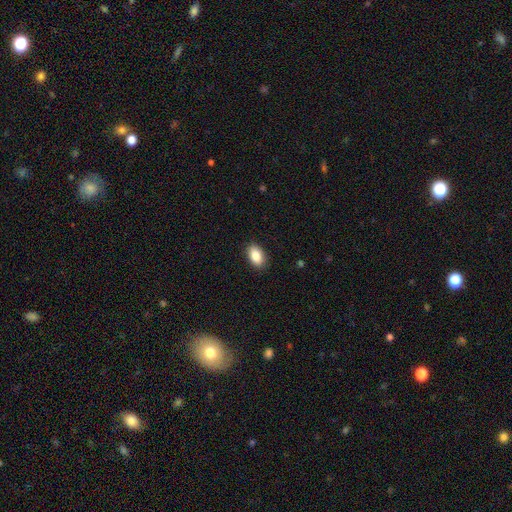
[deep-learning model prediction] Smooth or featured? smooth (86%)
How rounded? in between (92%)
Merging? none (89%)